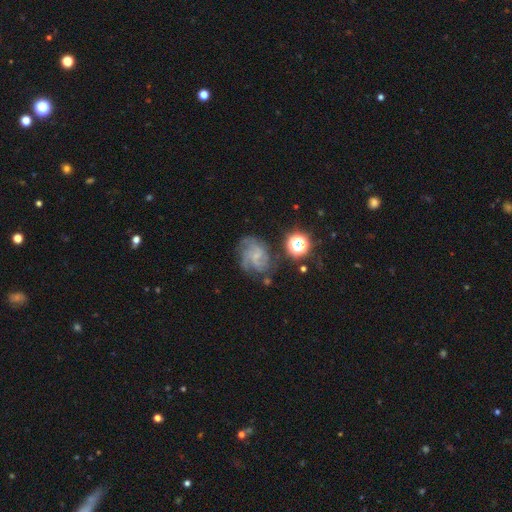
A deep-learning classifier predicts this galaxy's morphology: Smooth or featured? featured or disk (76%)
Edge-on disk? no (98%)
Bar? no (54%)
Spiral arms? yes (94%)
Spiral winding? medium (46%)
Spiral arm count? 3 (32%)
Bulge size? small (61%)
Merging? none (63%)